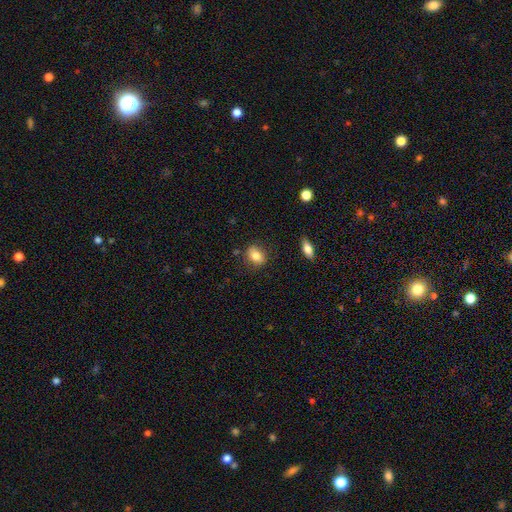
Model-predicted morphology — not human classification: This is clearly a smooth galaxy (84%). How rounded: likely in between (68%). Merging: likely none (78%).